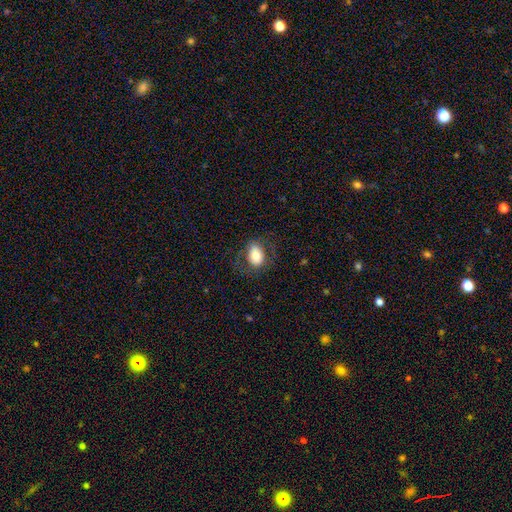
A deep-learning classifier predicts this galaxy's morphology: Q: Smooth or featured?
A: smooth (73%); runner-up: featured or disk (19%)
Q: How rounded?
A: in between (80%); runner-up: round (19%)
Q: Merging?
A: none (73%); runner-up: minor disturbance (16%)